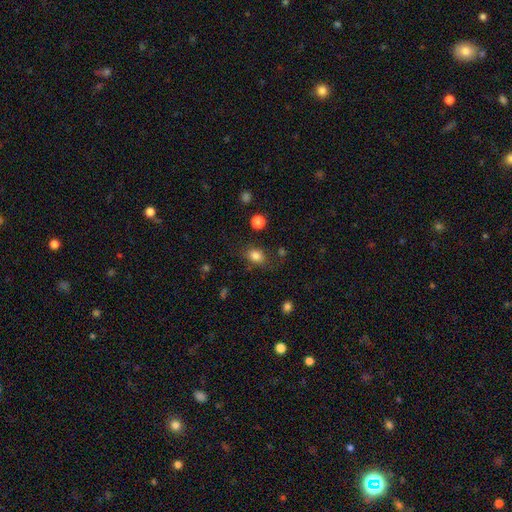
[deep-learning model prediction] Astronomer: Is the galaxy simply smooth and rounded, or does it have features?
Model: smooth — 82%.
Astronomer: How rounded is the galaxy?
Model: in between — 64%.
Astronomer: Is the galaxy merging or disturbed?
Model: none — 74%.